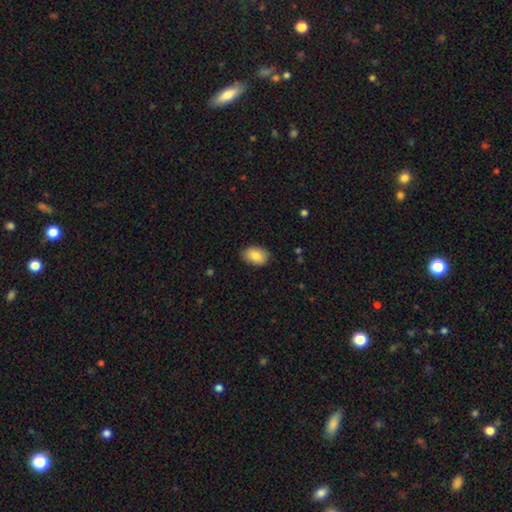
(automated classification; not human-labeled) A smooth galaxy with no disk features (85%) that is in between round and cigar-shaped (85%). Merging: none (85%).